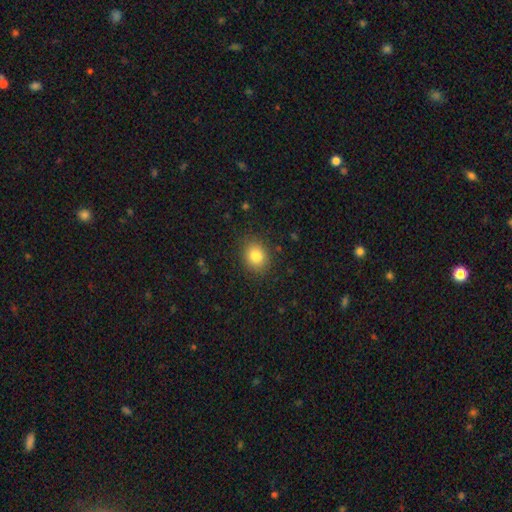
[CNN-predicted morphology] Q: Smooth or featured?
A: smooth (82%); runner-up: star or artifact (10%)
Q: How rounded?
A: round (57%); runner-up: in between (42%)
Q: Merging?
A: none (86%); runner-up: minor disturbance (10%)